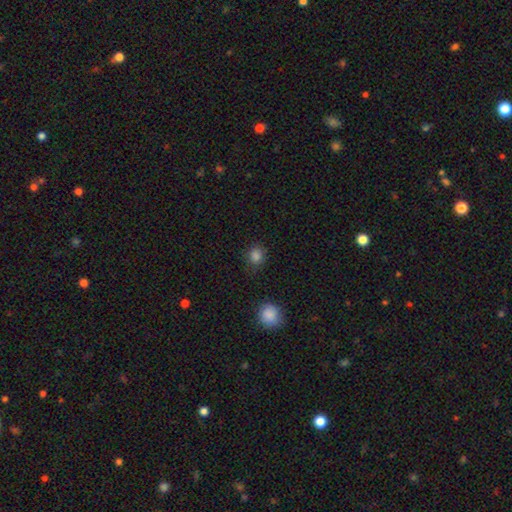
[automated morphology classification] Smooth or featured? Predicted: smooth (p=0.83). How rounded? Predicted: round (p=0.73). Merging? Predicted: none (p=0.80).